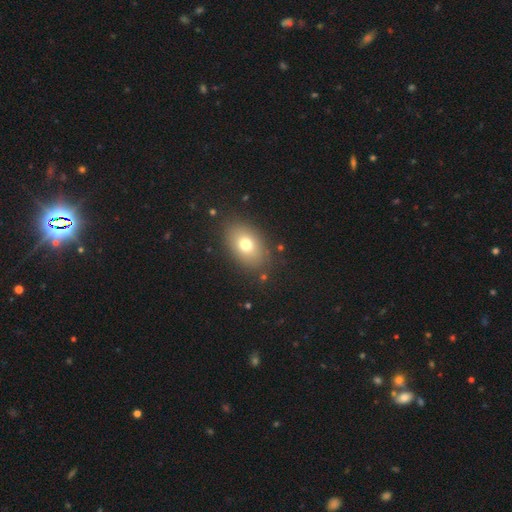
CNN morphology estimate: Smooth or featured? smooth (69%)
How rounded? in between (71%)
Merging? none (88%)